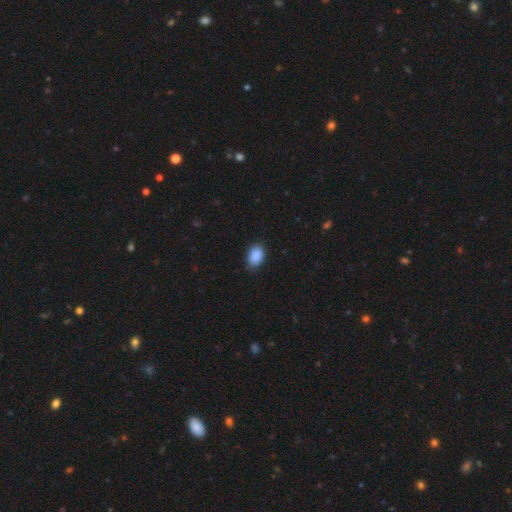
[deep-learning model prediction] This appears to be a smooth galaxy with no disk features (90%) that is in between round and cigar-shaped (84%). Merging: none (83%).